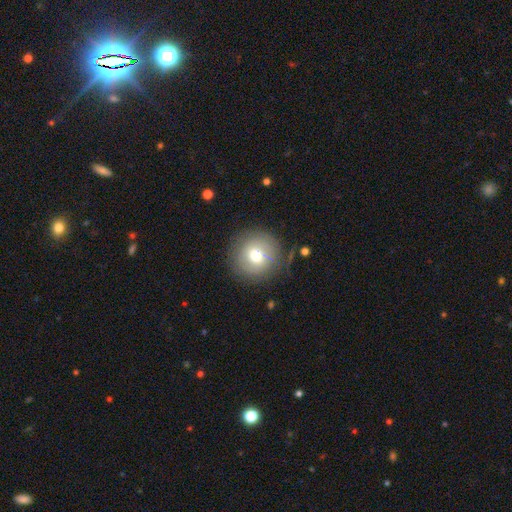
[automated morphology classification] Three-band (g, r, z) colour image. It shows a smooth galaxy with no disk features (67%) that is round (93%). Merging: none (82%).